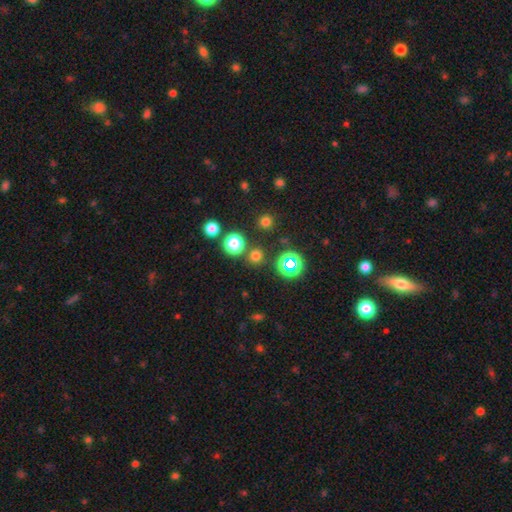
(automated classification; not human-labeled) smooth_or_featured: smooth (p=0.65) [alt: star or artifact p=0.30]
how_rounded: round (p=0.90) [alt: in between p=0.09]
merging: none (p=0.80) [alt: merger p=0.09]